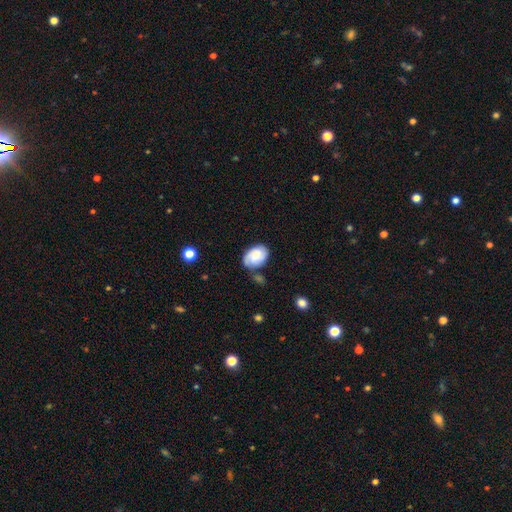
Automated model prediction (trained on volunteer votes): A smooth galaxy with no disk features (60%) that is in between round and cigar-shaped (84%).

Vote fractions:
- Smooth or featured? smooth: 60% / featured or disk: 32% / star or artifact: 8%
- How rounded? in between: 84% / round: 15% / cigar-shaped: 1%
- Merging? none: 62% / minor disturbance: 24% / merger: 8% / major disturbance: 6%